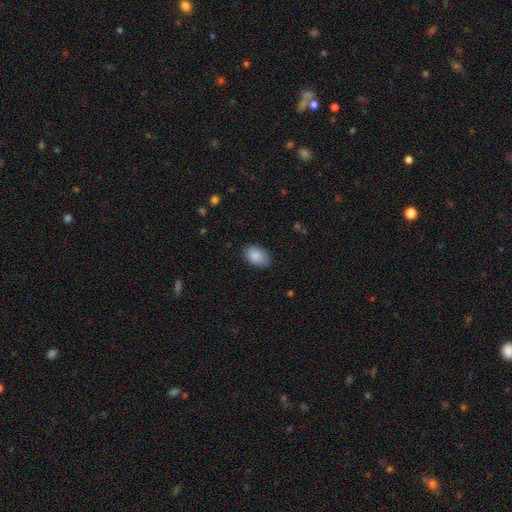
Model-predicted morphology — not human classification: This appears to be a smooth galaxy with no disk features (88%) that is in between round and cigar-shaped (90%). Merging: none (83%).